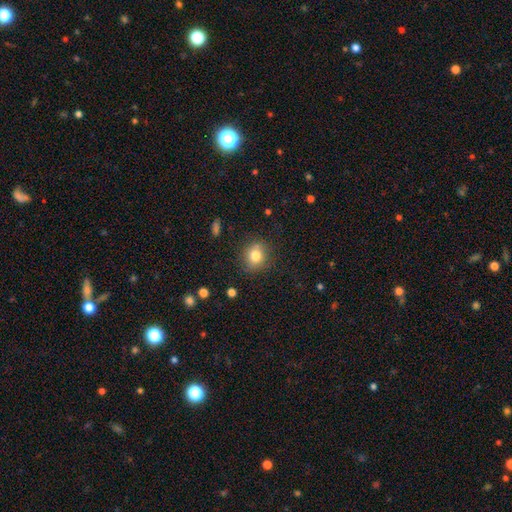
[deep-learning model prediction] smooth-or-featured: smooth: 78% | star or artifact: 11% | featured or disk: 10%
  how-rounded: round: 74% | in between: 24% | cigar-shaped: 1%
  merging: none: 83% | minor disturbance: 12% | major disturbance: 3% | merger: 2%